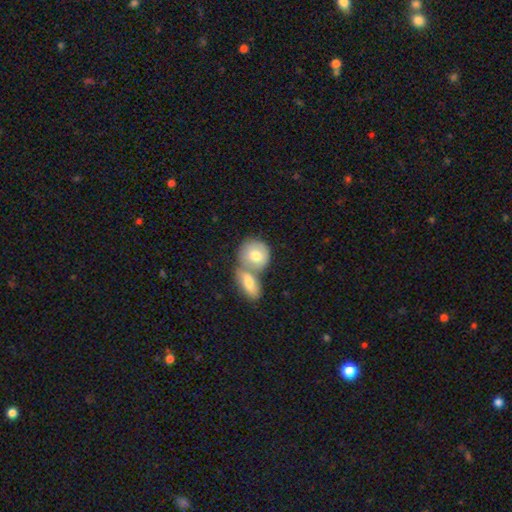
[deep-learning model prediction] smooth-or-featured: smooth: 71% | featured or disk: 23% | star or artifact: 6%
  how-rounded: round: 72% | in between: 27% | cigar-shaped: 2%
  merging: merger: 59% | none: 30% | minor disturbance: 8% | major disturbance: 3%